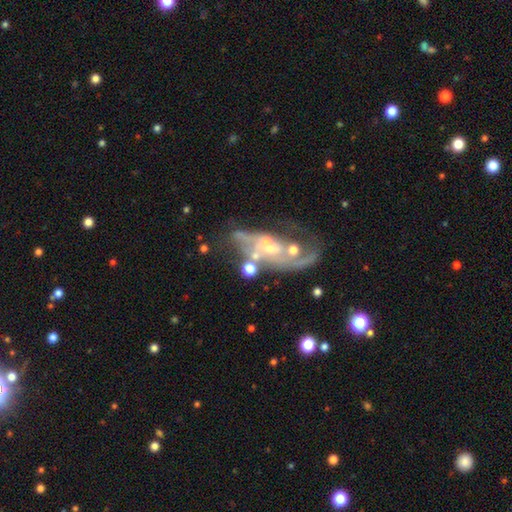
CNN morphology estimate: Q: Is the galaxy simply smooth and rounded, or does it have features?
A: featured or disk — 62%.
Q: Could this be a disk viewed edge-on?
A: no — 94%.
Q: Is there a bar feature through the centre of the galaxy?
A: no — 79%.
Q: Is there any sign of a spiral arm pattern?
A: no — 64%.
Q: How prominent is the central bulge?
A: small — 38%.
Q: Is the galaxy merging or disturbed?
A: merger — 42%.